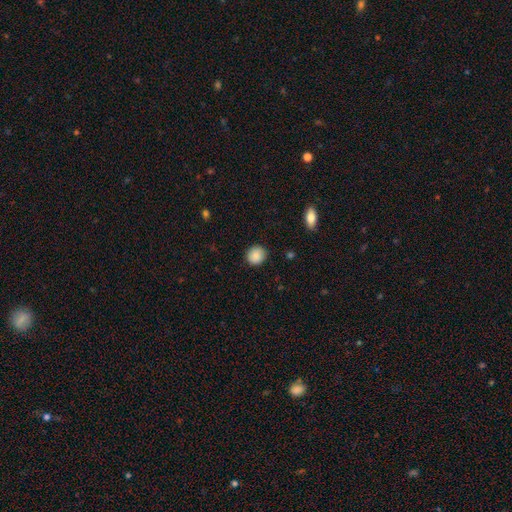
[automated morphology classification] type=smooth (89%); roundness=round (85%); merging=none (88%).